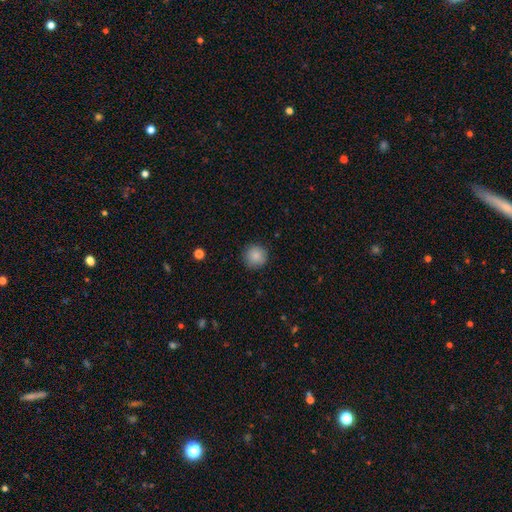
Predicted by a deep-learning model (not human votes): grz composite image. It shows a smooth galaxy with no disk features (86%) that is round (95%). Merging: none (90%).